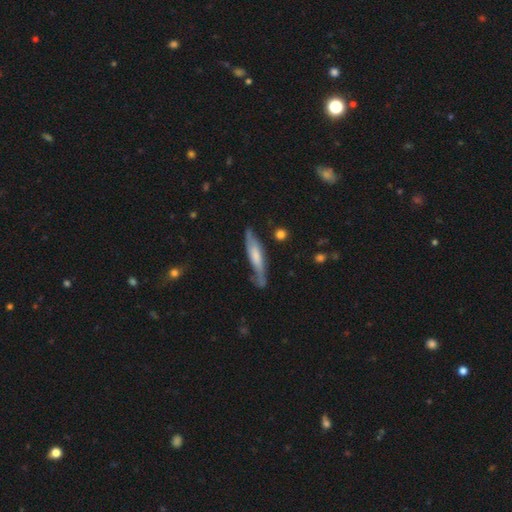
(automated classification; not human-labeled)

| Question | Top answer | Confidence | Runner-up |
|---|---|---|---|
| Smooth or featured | featured or disk | 48% | smooth (46%) |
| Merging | none | 63% | minor disturbance (25%) |